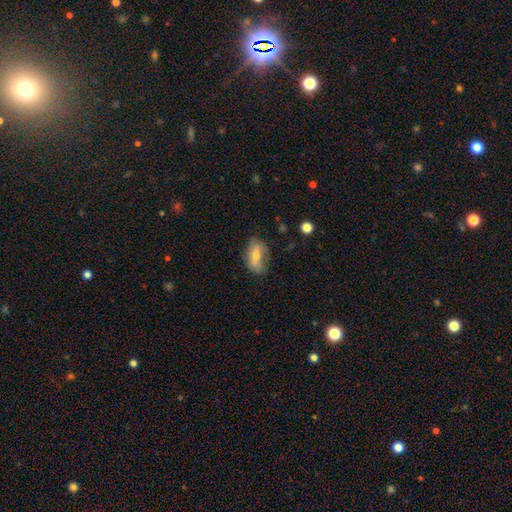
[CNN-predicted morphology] Smooth or featured: smooth — 58% (featured or disk — 34%)
How rounded: in between — 85% (round — 9%)
Merging: none — 59% (minor disturbance — 28%)